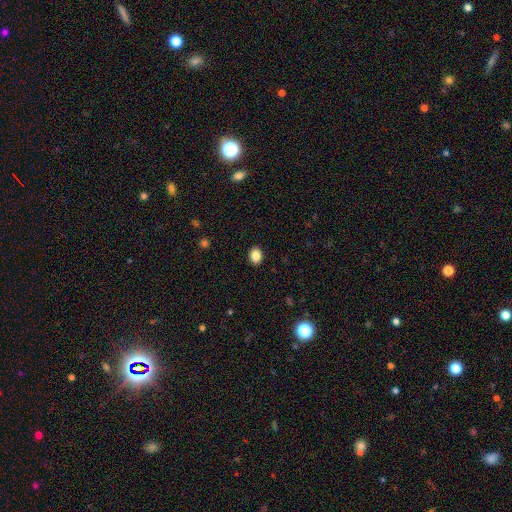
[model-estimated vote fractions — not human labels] This appears to be a smooth galaxy with no disk features (87%) that is in between round and cigar-shaped (57%). Merging: none (91%).